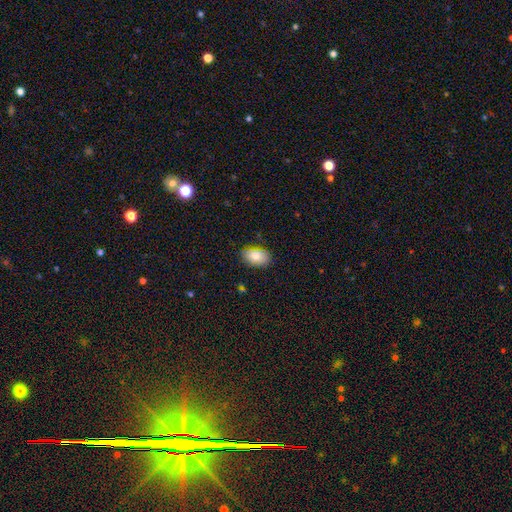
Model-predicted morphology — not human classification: Smooth or featured: smooth — 81% (featured or disk — 12%)
How rounded: in between — 88% (round — 10%)
Merging: none — 81% (minor disturbance — 15%)